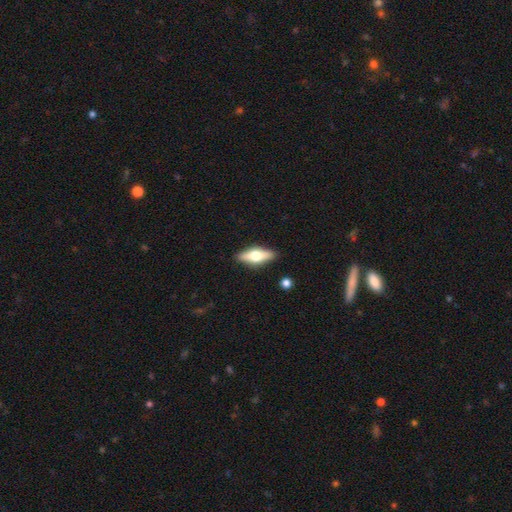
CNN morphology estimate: smooth_or_featured: smooth (p=0.47) [alt: featured or disk p=0.46]
merging: none (p=0.88) [alt: minor disturbance p=0.09]